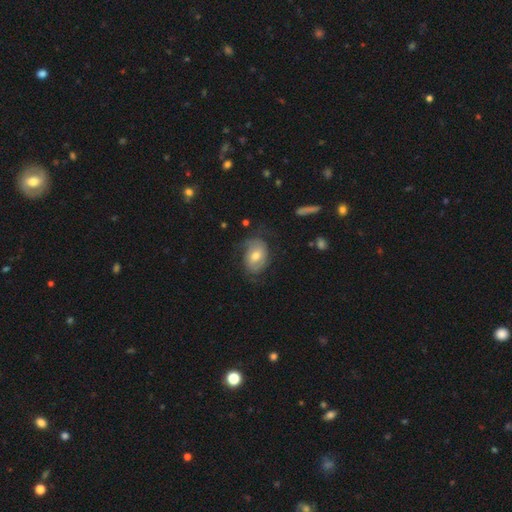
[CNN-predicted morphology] Smooth or featured?
  - featured or disk: 48% *
  - smooth: 45%
  - star or artifact: 7%
Merging?
  - none: 57% *
  - minor disturbance: 25%
  - major disturbance: 16%
  - merger: 2%